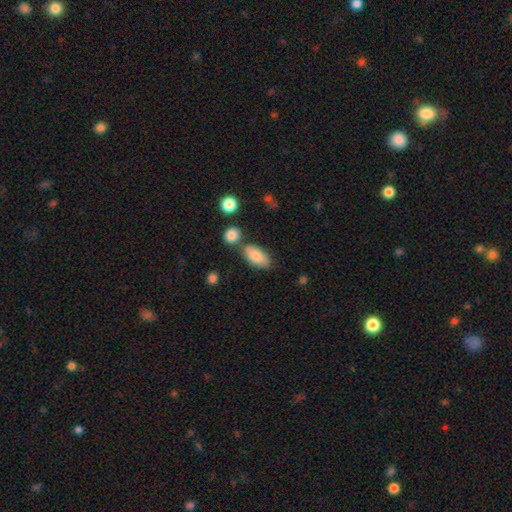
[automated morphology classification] Smooth or featured?
  - smooth: 85% *
  - featured or disk: 9%
  - star or artifact: 7%
How rounded?
  - in between: 91% *
  - cigar-shaped: 6%
  - round: 3%
Merging?
  - none: 66% *
  - minor disturbance: 16%
  - merger: 14%
  - major disturbance: 4%